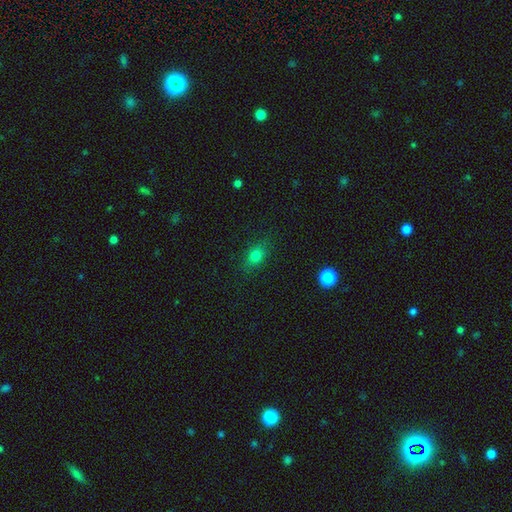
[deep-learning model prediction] Smooth or featured? smooth (75%)
How rounded? in between (68%)
Merging? none (83%)